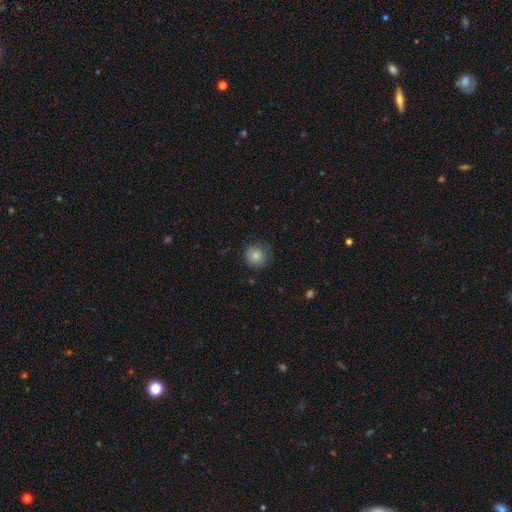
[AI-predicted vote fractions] Smooth or featured? Predicted: smooth (p=0.83). How rounded? Predicted: round (p=0.93). Merging? Predicted: none (p=0.80).